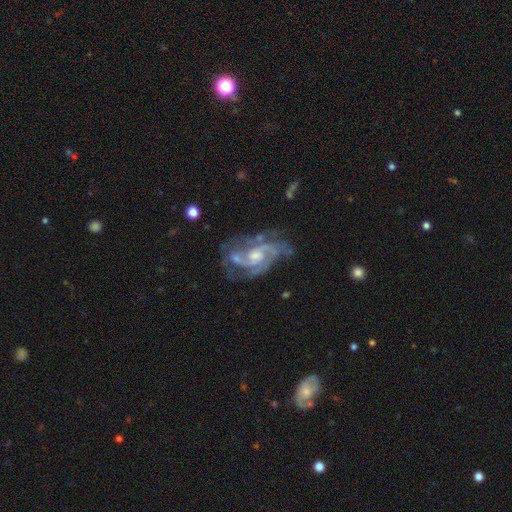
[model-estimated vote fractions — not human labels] Q: Smooth or featured?
A: featured or disk (87%); runner-up: smooth (7%)
Q: Edge-on disk?
A: no (97%); runner-up: yes (3%)
Q: Bar?
A: no (57%); runner-up: weak (35%)
Q: Spiral arms?
A: yes (94%); runner-up: no (6%)
Q: Spiral winding?
A: medium (49%); runner-up: tight (37%)
Q: Spiral arm count?
A: 2 (37%); runner-up: 3 (28%)
Q: Bulge size?
A: moderate (55%); runner-up: small (31%)
Q: Merging?
A: none (53%); runner-up: minor disturbance (21%)